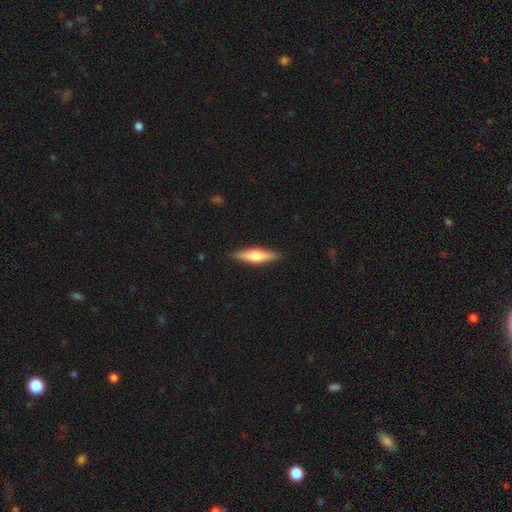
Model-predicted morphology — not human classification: This appears to be a featured or disk galaxy (48%). Merging: none (90%).